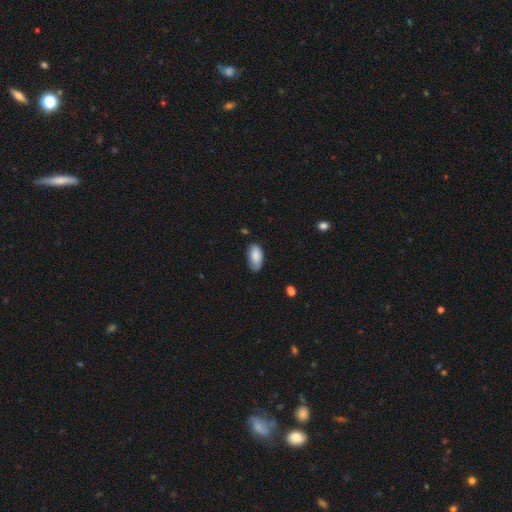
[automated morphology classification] smooth-or-featured: smooth: 85% | featured or disk: 8% | star or artifact: 6%
  how-rounded: in between: 93% | cigar-shaped: 4% | round: 2%
  merging: none: 69% | minor disturbance: 25% | major disturbance: 4% | merger: 2%